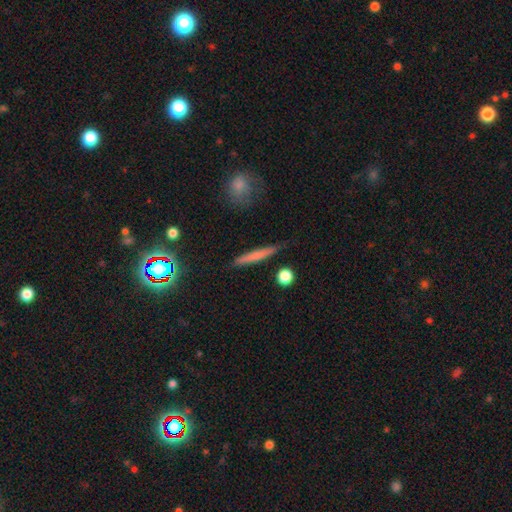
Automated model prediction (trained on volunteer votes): smooth-or-featured: smooth: 67% | featured or disk: 24% | star or artifact: 8%
  how-rounded: cigar-shaped: 92% | in between: 5% | round: 3%
  merging: none: 86% | minor disturbance: 10% | major disturbance: 2% | merger: 2%